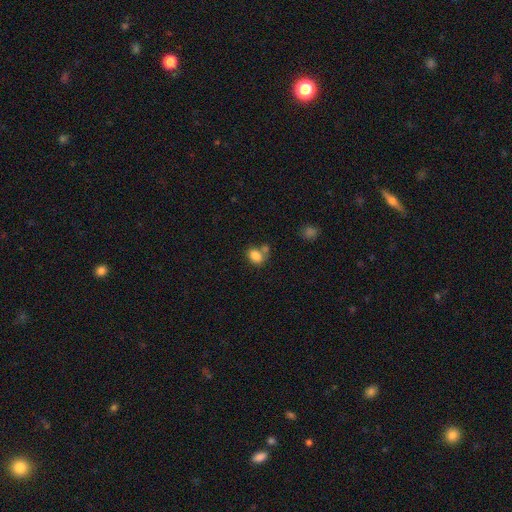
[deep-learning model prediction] The model was most divided on "merging": none: 44%, merger: 33%, minor disturbance: 15%, major disturbance: 7%. More confident: smooth or featured — smooth (82%); how rounded — in between (78%).